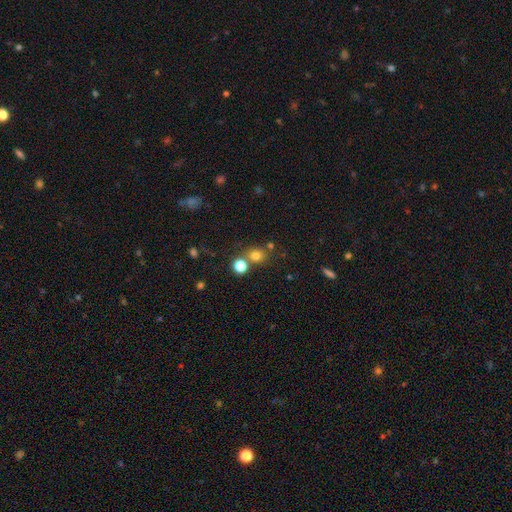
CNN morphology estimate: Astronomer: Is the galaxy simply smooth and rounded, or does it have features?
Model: smooth — 76%.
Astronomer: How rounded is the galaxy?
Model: round — 80%.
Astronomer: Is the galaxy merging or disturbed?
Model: none — 67%.